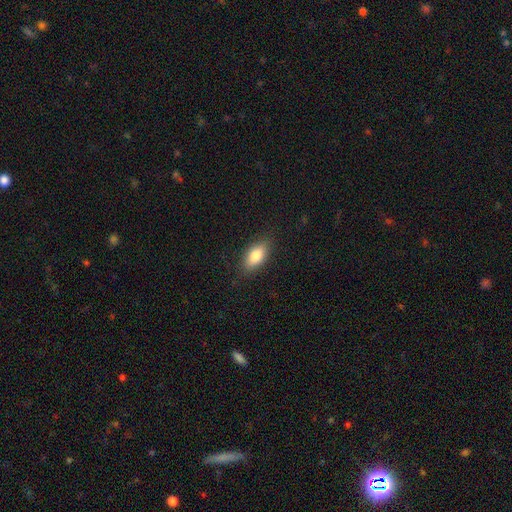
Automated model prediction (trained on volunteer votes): Smooth or featured?
  - smooth: 81% *
  - featured or disk: 11%
  - star or artifact: 7%
How rounded?
  - in between: 87% *
  - cigar-shaped: 9%
  - round: 4%
Merging?
  - none: 85% *
  - minor disturbance: 11%
  - major disturbance: 3%
  - merger: 1%